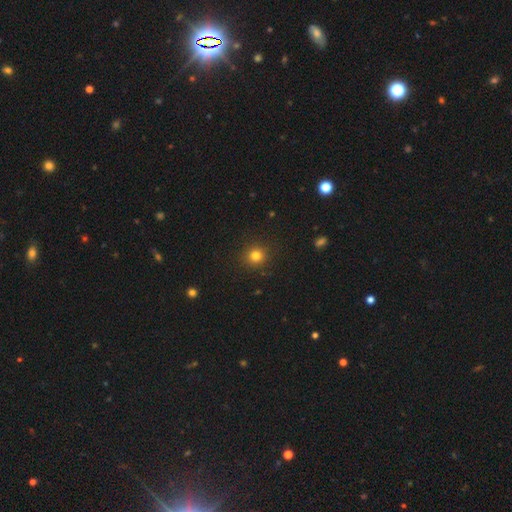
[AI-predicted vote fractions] smooth_or_featured: smooth (p=0.80) [alt: star or artifact p=0.14]
how_rounded: round (p=0.92) [alt: in between p=0.07]
merging: none (p=0.91) [alt: minor disturbance p=0.06]